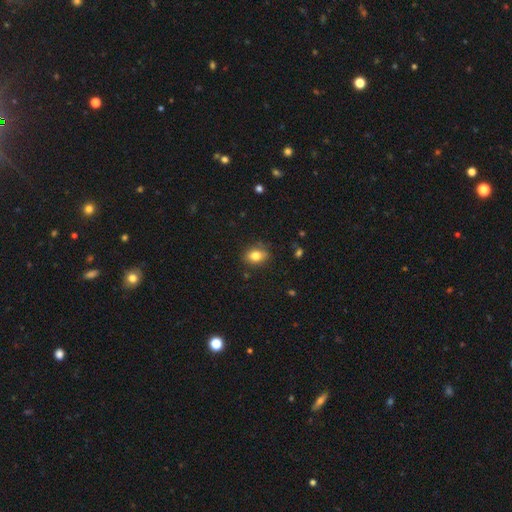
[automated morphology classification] Smooth or featured?
  - smooth: 80% *
  - featured or disk: 10%
  - star or artifact: 10%
How rounded?
  - in between: 64% *
  - round: 34%
  - cigar-shaped: 2%
Merging?
  - none: 83% *
  - minor disturbance: 13%
  - major disturbance: 3%
  - merger: 1%